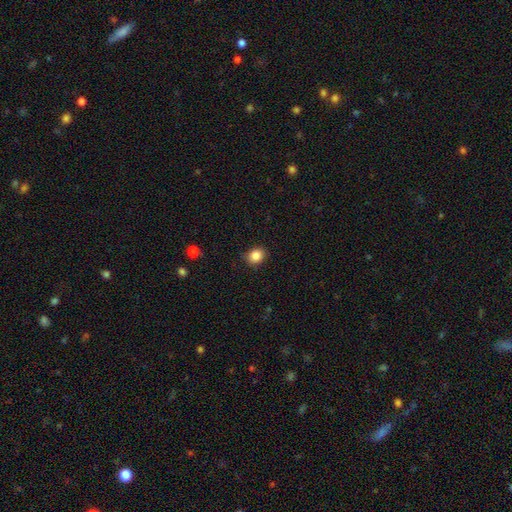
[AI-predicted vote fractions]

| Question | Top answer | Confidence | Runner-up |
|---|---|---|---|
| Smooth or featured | smooth | 86% | star or artifact (10%) |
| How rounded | round | 59% | in between (40%) |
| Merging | none | 87% | minor disturbance (10%) |